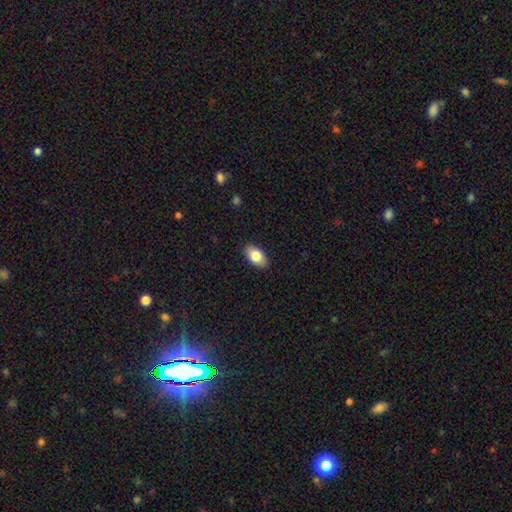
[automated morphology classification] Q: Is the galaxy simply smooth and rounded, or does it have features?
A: smooth — 81%.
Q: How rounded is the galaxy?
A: in between — 92%.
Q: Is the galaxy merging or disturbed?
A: none — 88%.